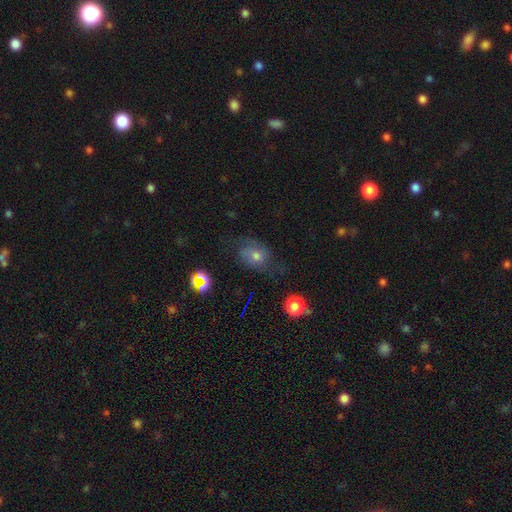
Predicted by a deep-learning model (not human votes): A smooth galaxy with no disk features (44%). Merging: none (58%).